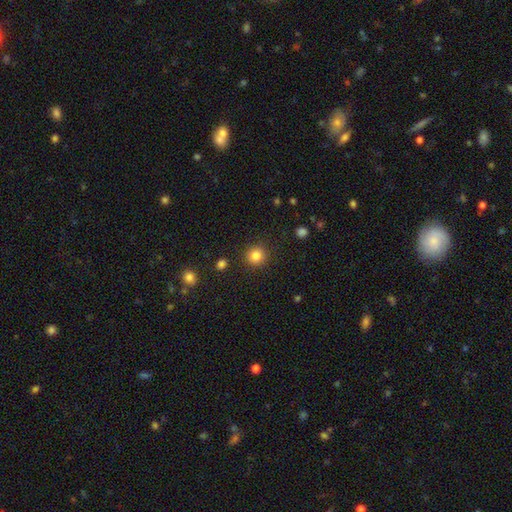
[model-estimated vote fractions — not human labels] Q: Smooth or featured?
A: smooth (85%); runner-up: star or artifact (11%)
Q: How rounded?
A: round (93%); runner-up: in between (6%)
Q: Merging?
A: none (91%); runner-up: minor disturbance (6%)